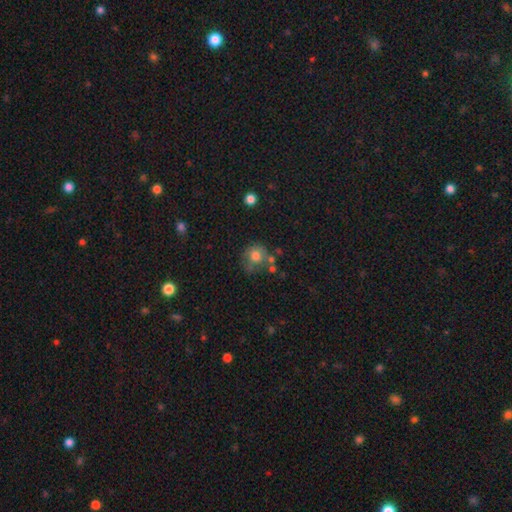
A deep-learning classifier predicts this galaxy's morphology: smooth_or_featured: smooth (p=0.75) [alt: featured or disk p=0.14]
how_rounded: round (p=0.85) [alt: in between p=0.14]
merging: none (p=0.55) [alt: minor disturbance p=0.20]